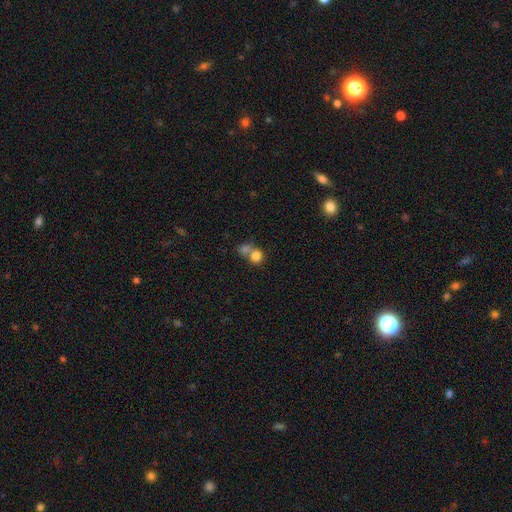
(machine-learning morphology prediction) Smooth or featured: smooth — 80% (star or artifact — 11%)
How rounded: round — 78% (in between — 21%)
Merging: merger — 53% (none — 34%)